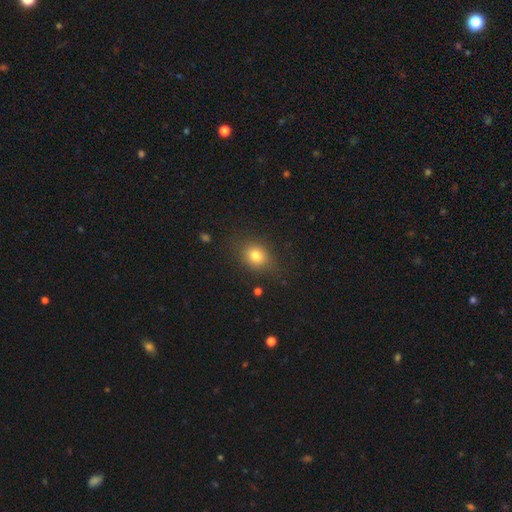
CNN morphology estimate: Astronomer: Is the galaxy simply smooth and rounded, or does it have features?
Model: smooth — 78%.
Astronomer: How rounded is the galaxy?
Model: round — 55% (runner-up: in between, 43%).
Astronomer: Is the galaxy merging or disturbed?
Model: none — 78%.